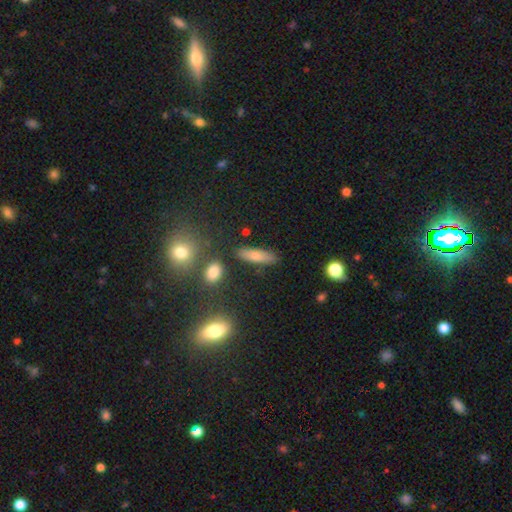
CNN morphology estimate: type=smooth (76%); roundness=cigar-shaped (59%); merging=none (81%).